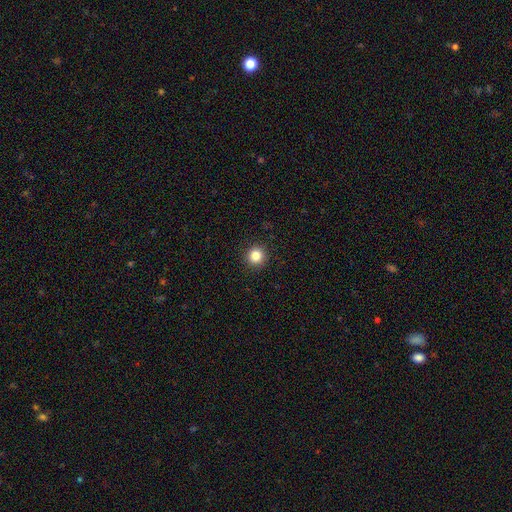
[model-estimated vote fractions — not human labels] Smooth or featured? Predicted: smooth (p=0.84). How rounded? Predicted: round (p=0.94). Merging? Predicted: none (p=0.92).